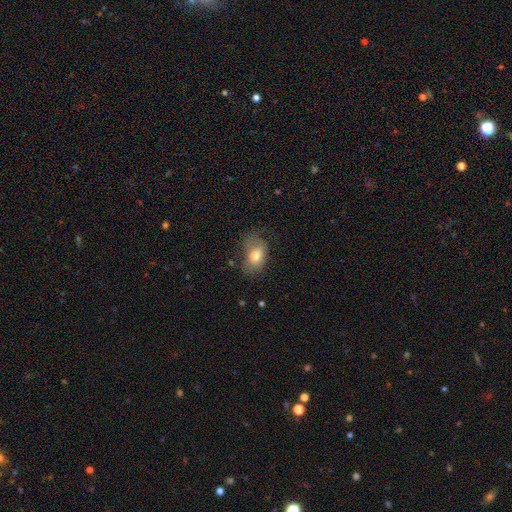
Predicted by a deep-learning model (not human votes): This is likely a smooth galaxy (74%). How rounded: clearly in between (82%). Merging: marginally none (42%).